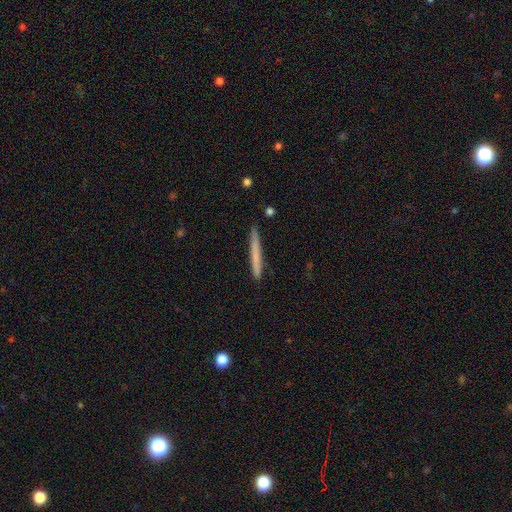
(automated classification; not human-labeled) A smooth galaxy with no disk features (65%) that is cigar-shaped (97%).

Vote fractions:
- Smooth or featured? smooth: 65% / featured or disk: 30% / star or artifact: 6%
- How rounded? cigar-shaped: 97% / in between: 2% / round: 1%
- Merging? none: 91% / minor disturbance: 7% / major disturbance: 1% / merger: 1%